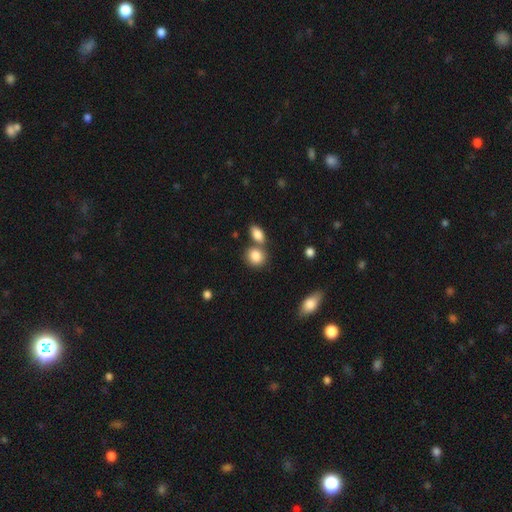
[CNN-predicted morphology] type=smooth (86%); roundness=round (58%); merging=none (56%).